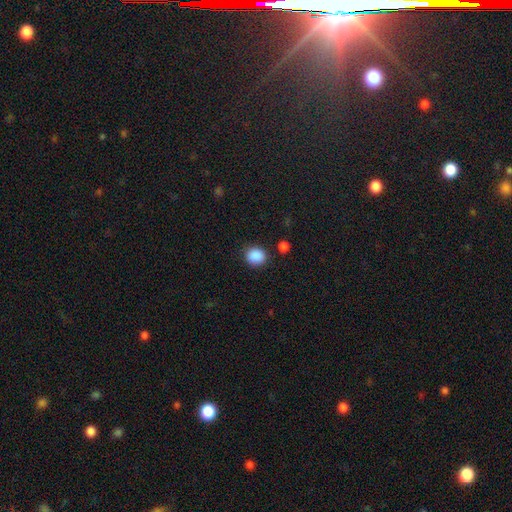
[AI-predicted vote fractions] Smooth or featured? Predicted: smooth (p=0.88). How rounded? Predicted: round (p=0.71). Merging? Predicted: none (p=0.85).